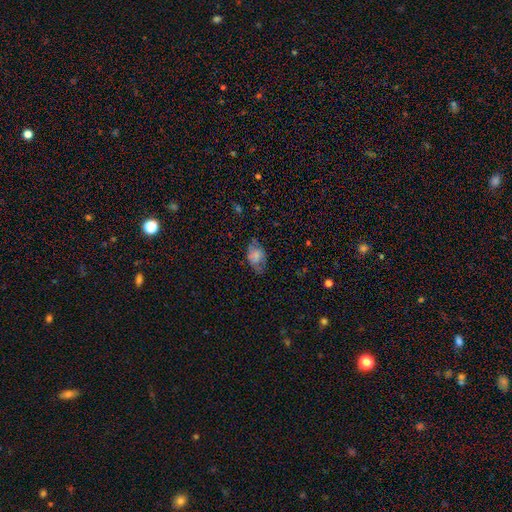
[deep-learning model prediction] Smooth or featured? Predicted: smooth (p=0.68). How rounded? Predicted: in between (p=0.82). Merging? Predicted: none (p=0.52).